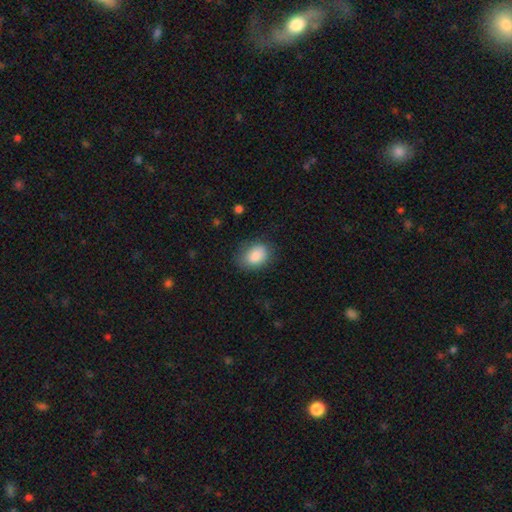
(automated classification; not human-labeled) A smooth galaxy with no disk features (85%) that is in between round and cigar-shaped (72%).

Vote fractions:
- Smooth or featured? smooth: 85% / star or artifact: 8% / featured or disk: 7%
- How rounded? in between: 72% / round: 27% / cigar-shaped: 1%
- Merging? none: 77% / minor disturbance: 17% / major disturbance: 5% / merger: 1%